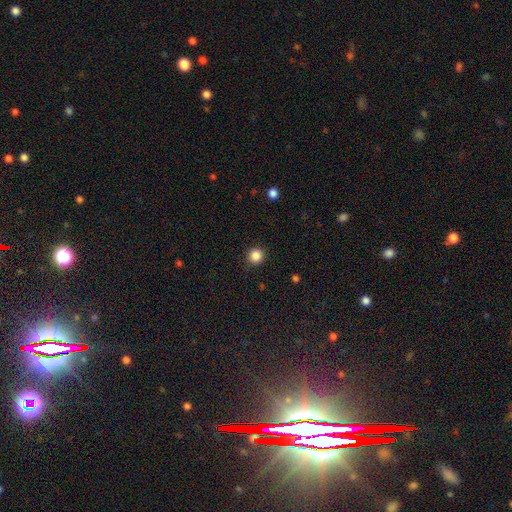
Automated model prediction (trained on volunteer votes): A smooth galaxy with no disk features (86%) that is round (93%).

Vote fractions:
- Smooth or featured? smooth: 86% / star or artifact: 11% / featured or disk: 3%
- How rounded? round: 93% / in between: 6% / cigar-shaped: 1%
- Merging? none: 90% / minor disturbance: 7% / major disturbance: 2% / merger: 1%